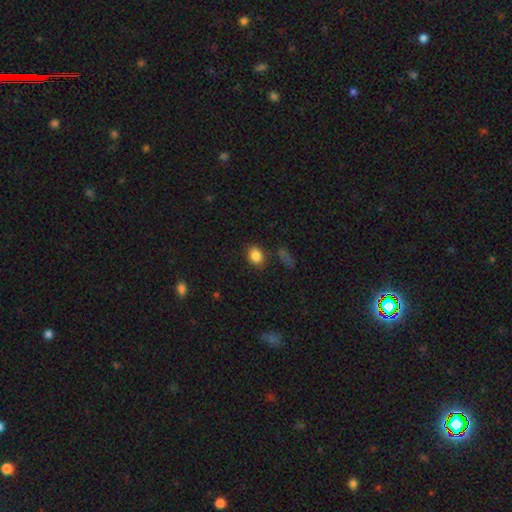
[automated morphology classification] This appears to be a smooth galaxy with no disk features (84%) that is in between round and cigar-shaped (59%). Merging: none (81%).